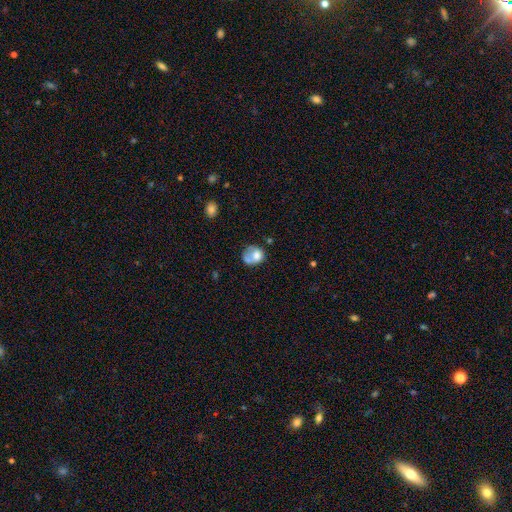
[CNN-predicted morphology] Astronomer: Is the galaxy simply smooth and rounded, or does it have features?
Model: smooth — 66%.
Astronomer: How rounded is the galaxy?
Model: round — 66%.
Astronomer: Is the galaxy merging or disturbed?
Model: none — 37% (runner-up: minor disturbance, 24%).